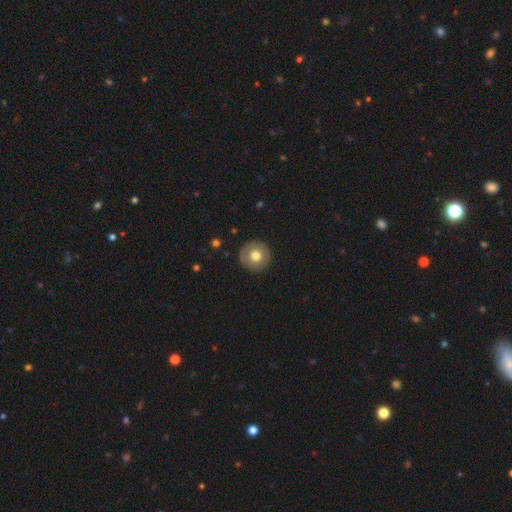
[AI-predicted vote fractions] Overall: smooth (71%). How rounded: round (96%). Merging: none (91%).